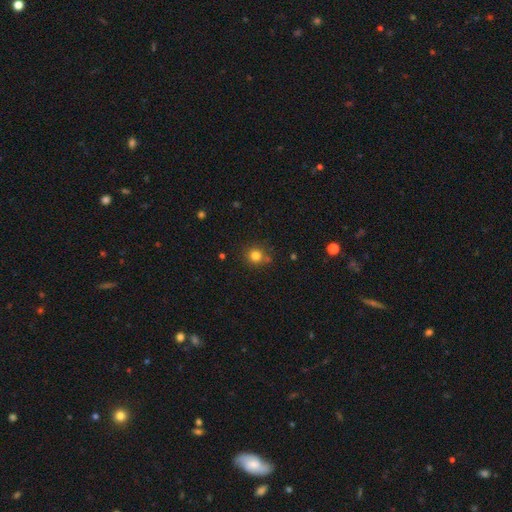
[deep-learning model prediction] The model was most divided on "merging": none: 76%, minor disturbance: 13%, merger: 7%, major disturbance: 4%. More confident: how rounded — round (89%); smooth or featured — smooth (80%).